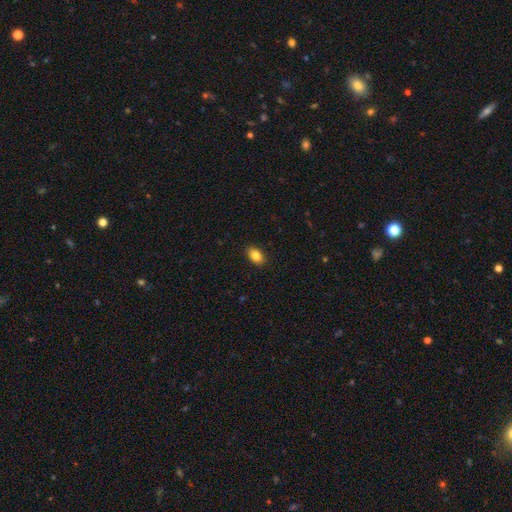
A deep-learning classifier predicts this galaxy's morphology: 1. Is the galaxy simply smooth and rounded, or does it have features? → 83% smooth, 9% star or artifact, 8% featured or disk.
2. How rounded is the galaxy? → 85% in between, 13% round, 2% cigar-shaped.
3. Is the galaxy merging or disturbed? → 89% none, 8% minor disturbance, 2% major disturbance, 1% merger.